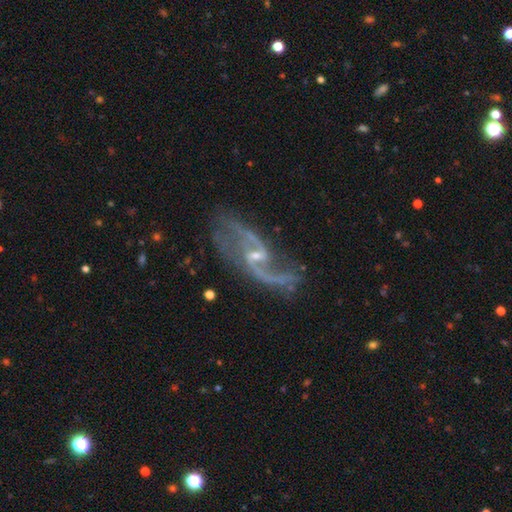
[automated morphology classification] The model was most divided on "bar": weak: 49%, no: 37%, strong: 15%. More confident: spiral arms — yes (95%); edge-on disk — no (94%); smooth or featured — featured or disk (88%); spiral arm count — 2 (85%); spiral winding — loose (71%); bulge size — small (66%); merging — none (65%).